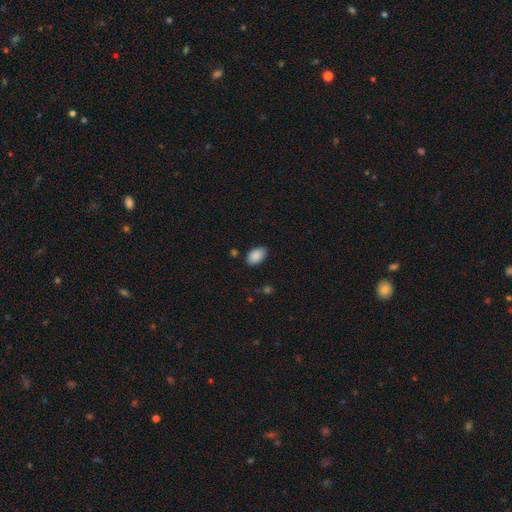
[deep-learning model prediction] Morphology: type=smooth (89%); roundness=in between (89%); merging=none (83%).